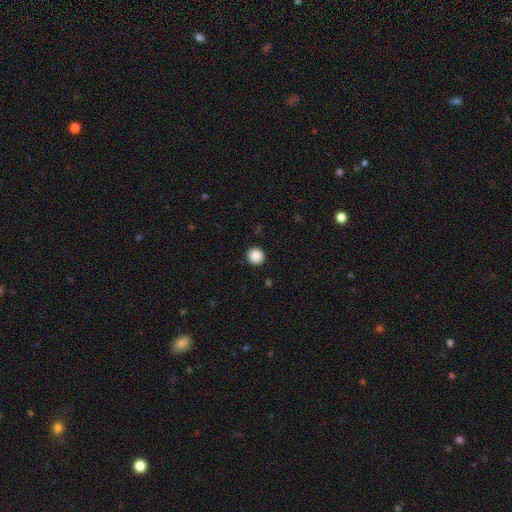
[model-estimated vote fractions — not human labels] The model was most divided on "smooth or featured": smooth: 88%, star or artifact: 9%, featured or disk: 3%. More confident: how rounded — round (94%); merging — none (93%).